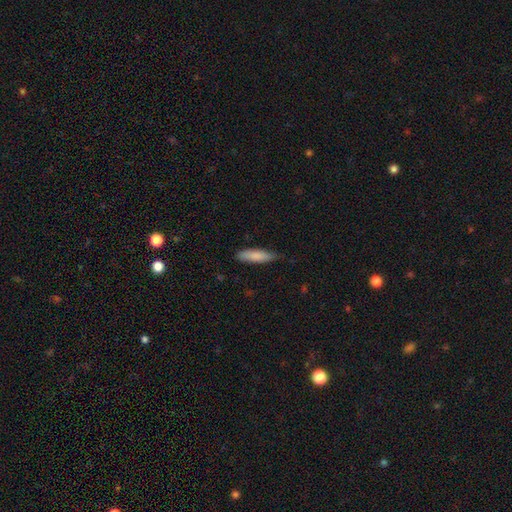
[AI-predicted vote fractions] smooth-or-featured: smooth: 82% | featured or disk: 12% | star or artifact: 6%
  how-rounded: cigar-shaped: 66% | in between: 33% | round: 2%
  merging: none: 69% | minor disturbance: 26% | major disturbance: 4% | merger: 1%